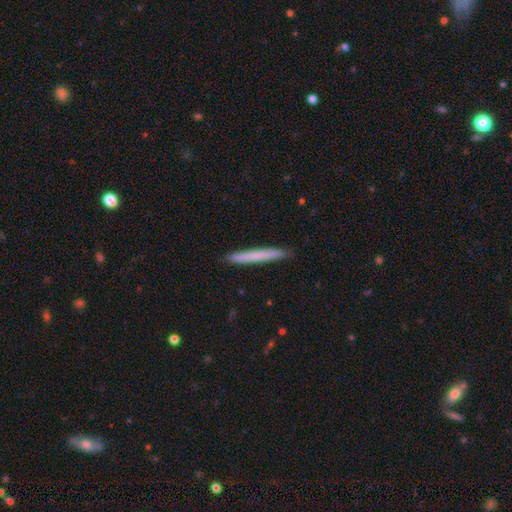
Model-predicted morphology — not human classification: Smooth or featured? smooth (68%)
How rounded? cigar-shaped (97%)
Merging? none (92%)